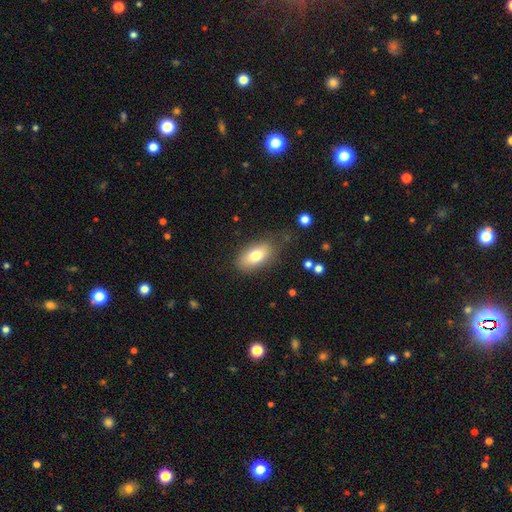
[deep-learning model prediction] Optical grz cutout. It shows a smooth galaxy with no disk features (76%) that is in between round and cigar-shaped (90%). Merging: none (75%).